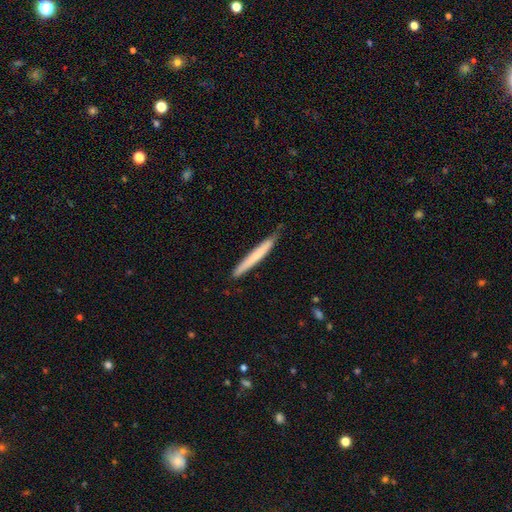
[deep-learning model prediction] The model was most divided on "smooth or featured": smooth: 65%, featured or disk: 29%, star or artifact: 5%. More confident: how rounded — cigar-shaped (97%); merging — none (82%).